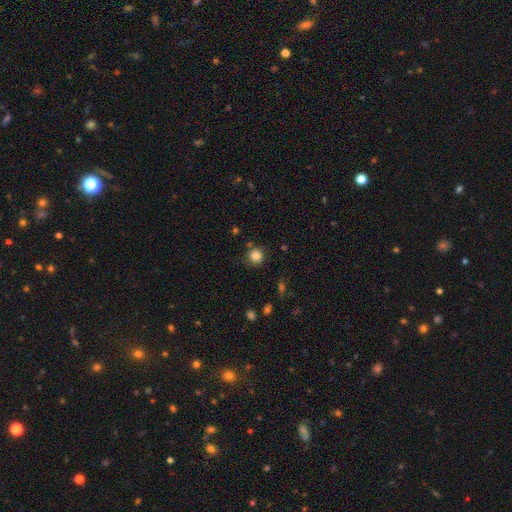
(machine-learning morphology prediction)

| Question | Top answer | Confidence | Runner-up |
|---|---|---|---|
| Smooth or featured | smooth | 84% | star or artifact (11%) |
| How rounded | round | 92% | in between (7%) |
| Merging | none | 81% | minor disturbance (12%) |